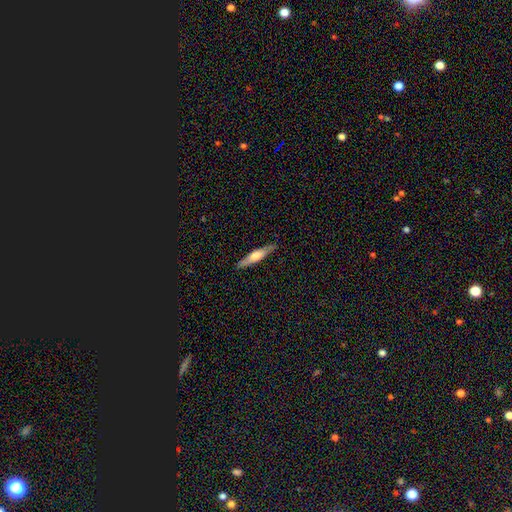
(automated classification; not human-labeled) smooth_or_featured: featured or disk (p=0.49) [alt: smooth p=0.46]
merging: none (p=0.88) [alt: minor disturbance p=0.09]